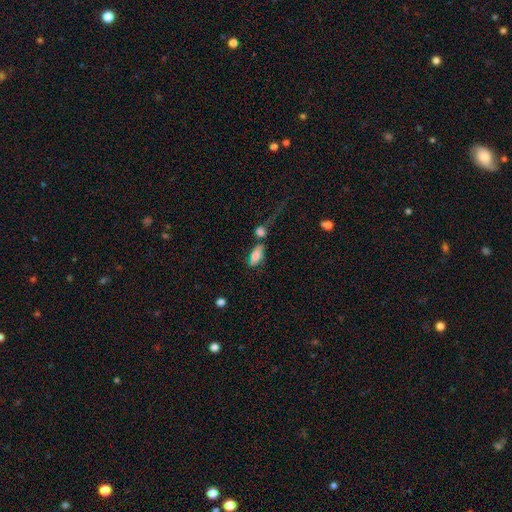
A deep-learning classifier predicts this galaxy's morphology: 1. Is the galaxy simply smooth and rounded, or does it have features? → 73% smooth, 18% featured or disk, 9% star or artifact.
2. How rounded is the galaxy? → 87% in between, 10% cigar-shaped, 4% round.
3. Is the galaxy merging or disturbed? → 40% none, 29% merger, 17% minor disturbance, 13% major disturbance.